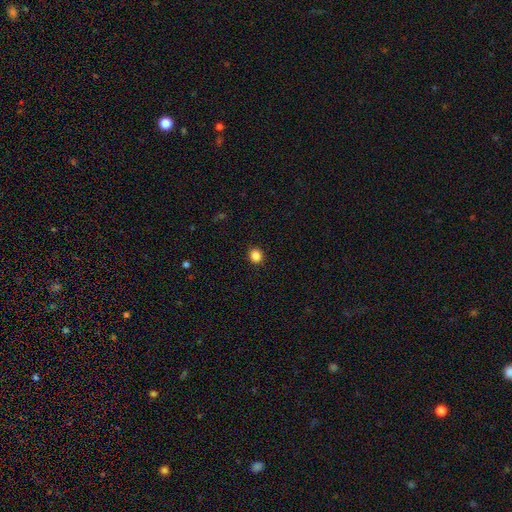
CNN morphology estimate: smooth 86%, star or artifact 11%, featured or disk 3%. Down the decision tree: how rounded — round (76%); merging — none (90%).